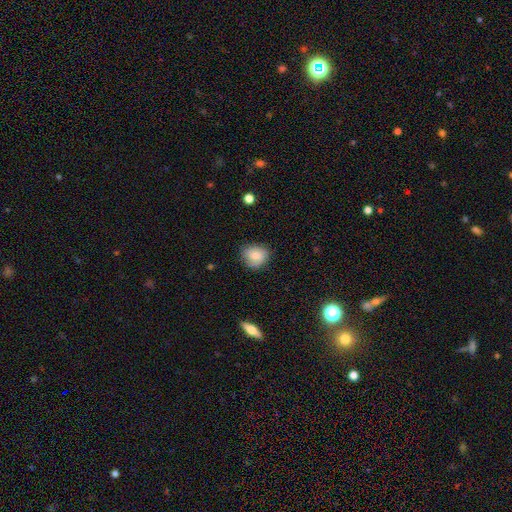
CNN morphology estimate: smooth_or_featured: smooth (p=0.80) [alt: featured or disk p=0.11]
how_rounded: round (p=0.72) [alt: in between p=0.27]
merging: none (p=0.73) [alt: minor disturbance p=0.22]